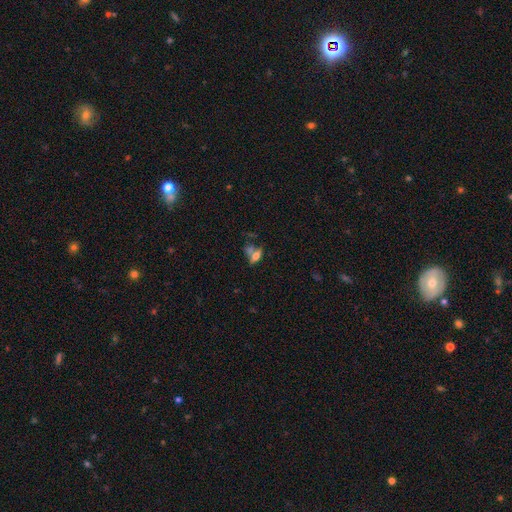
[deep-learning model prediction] Smooth or featured?
  - smooth: 51% *
  - featured or disk: 35%
  - star or artifact: 14%
How rounded?
  - in between: 71% *
  - cigar-shaped: 20%
  - round: 9%
Merging?
  - none: 41% *
  - merger: 34%
  - minor disturbance: 15%
  - major disturbance: 11%